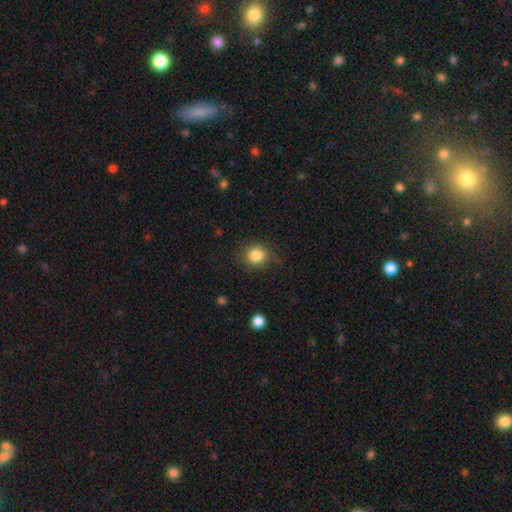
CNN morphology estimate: A smooth galaxy with no disk features (84%) that is round (83%).

Vote fractions:
- Smooth or featured? smooth: 84% / star or artifact: 10% / featured or disk: 5%
- How rounded? round: 83% / in between: 16% / cigar-shaped: 1%
- Merging? none: 85% / minor disturbance: 11% / major disturbance: 3% / merger: 1%